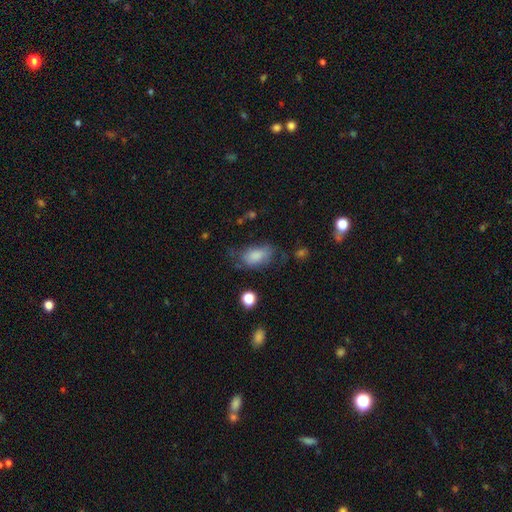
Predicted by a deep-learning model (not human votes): smooth_or_featured: smooth (p=0.78) [alt: featured or disk p=0.13]
how_rounded: in between (p=0.89) [alt: round p=0.07]
merging: none (p=0.51) [alt: minor disturbance p=0.28]